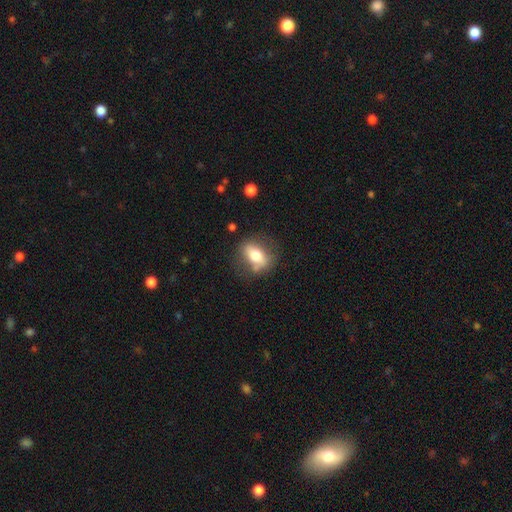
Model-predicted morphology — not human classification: smooth 64%, featured or disk 28%, star or artifact 8%. Down the decision tree: how rounded — in between (76%); merging — none (68%).